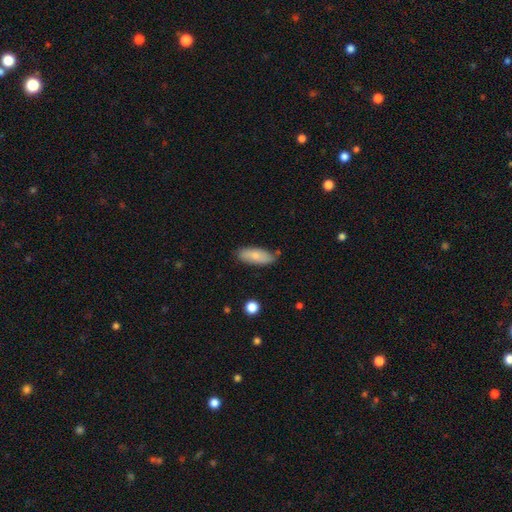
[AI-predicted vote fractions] Overall: smooth (79%). How rounded: in between (73%). Merging: none (77%).